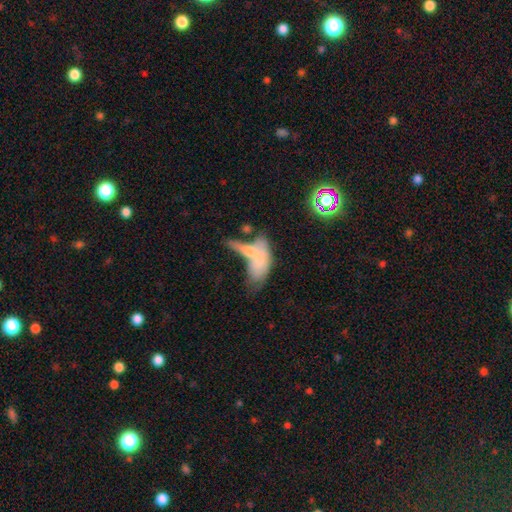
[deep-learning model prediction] smooth 61%, featured or disk 28%, star or artifact 11%. Down the decision tree: how rounded — in between (79%); merging — merger (51%).